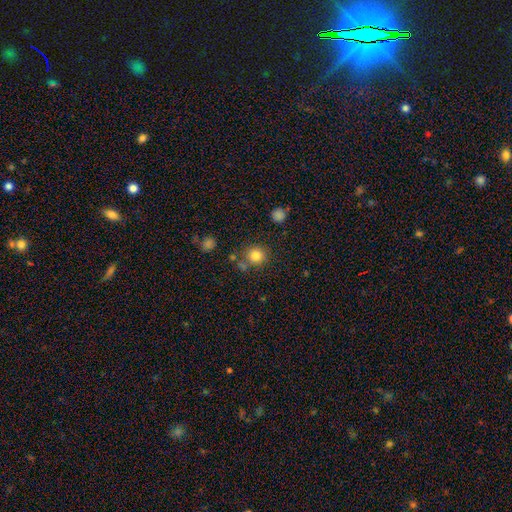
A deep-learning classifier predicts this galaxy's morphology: smooth-or-featured: smooth: 81% | star or artifact: 13% | featured or disk: 6%
  how-rounded: round: 92% | in between: 7% | cigar-shaped: 1%
  merging: none: 77% | merger: 10% | minor disturbance: 10% | major disturbance: 4%